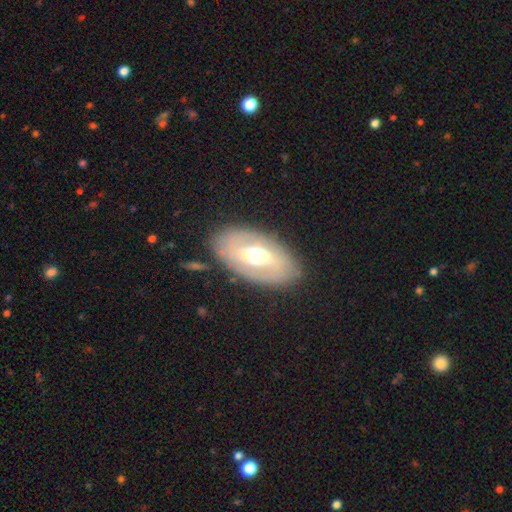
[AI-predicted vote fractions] This is possibly a featured or disk galaxy (59%). It is clearly not viewed edge-on (87%). Bar: marginally weak (40%). Spiral arm pattern: likely no (69%). Central bulge: likely moderate (64%). Merging: clearly none (82%).